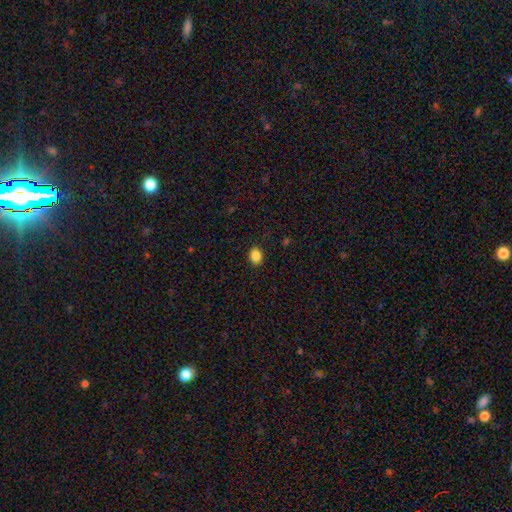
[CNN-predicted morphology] Smooth or featured: smooth — 87% (star or artifact — 10%)
How rounded: in between — 52% (round — 47%)
Merging: none — 88% (minor disturbance — 8%)